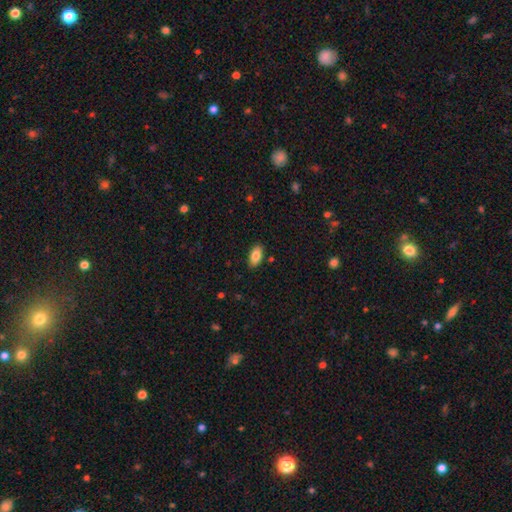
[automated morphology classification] A smooth galaxy with no disk features (84%) that is in between round and cigar-shaped (92%).

Vote fractions:
- Smooth or featured? smooth: 84% / featured or disk: 9% / star or artifact: 7%
- How rounded? in between: 92% / cigar-shaped: 6% / round: 3%
- Merging? none: 88% / minor disturbance: 9% / major disturbance: 2% / merger: 1%